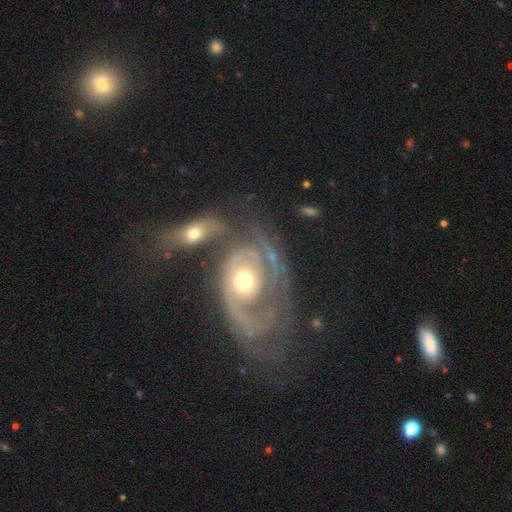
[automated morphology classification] This is clearly a featured or disk galaxy (85%). It is clearly not viewed edge-on (96%). Bar: likely no (77%). Spiral arm pattern: clearly yes (84%). Spiral arm count: marginally 2 (43%). Spiral winding: possibly tight (60%). Central bulge: likely moderate (70%). Merging: marginally none (33%).